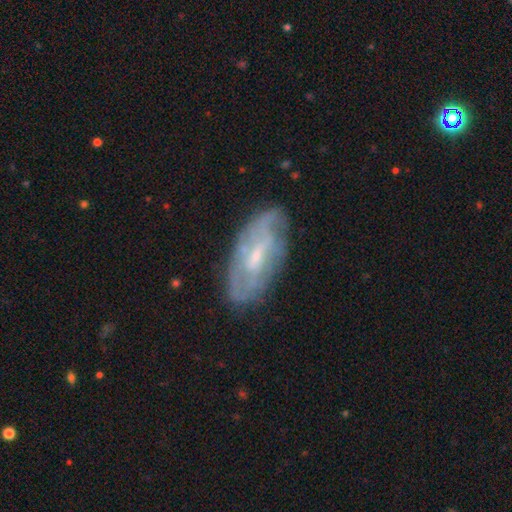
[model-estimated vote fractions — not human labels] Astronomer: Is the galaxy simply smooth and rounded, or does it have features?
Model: featured or disk — 67%.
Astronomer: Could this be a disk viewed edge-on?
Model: no — 89%.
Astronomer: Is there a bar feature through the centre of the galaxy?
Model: weak — 49% (runner-up: no, 35%).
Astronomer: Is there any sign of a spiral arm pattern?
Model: yes — 66%.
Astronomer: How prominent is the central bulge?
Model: small — 59%.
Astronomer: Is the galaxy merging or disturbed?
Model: none — 72%.